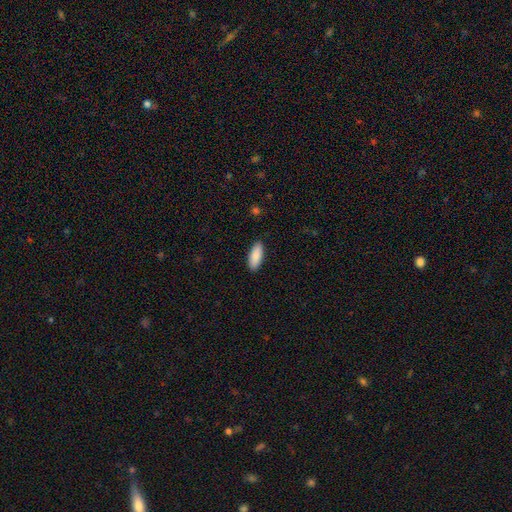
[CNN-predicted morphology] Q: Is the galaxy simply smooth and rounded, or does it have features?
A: smooth — 90%.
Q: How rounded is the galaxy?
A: in between — 77%.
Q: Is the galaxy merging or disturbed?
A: none — 90%.